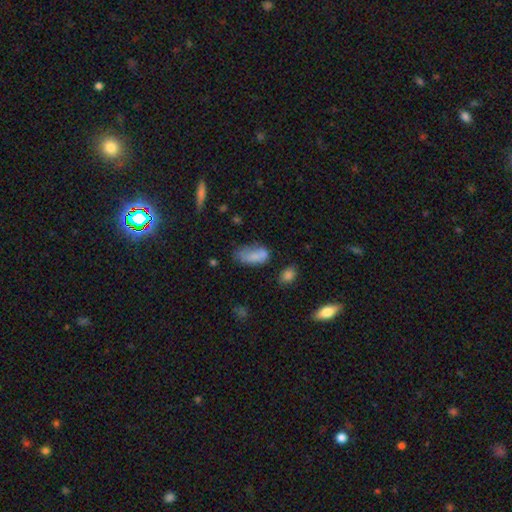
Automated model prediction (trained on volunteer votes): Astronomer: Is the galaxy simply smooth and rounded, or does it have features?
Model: smooth — 75%.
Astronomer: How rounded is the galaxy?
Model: in between — 89%.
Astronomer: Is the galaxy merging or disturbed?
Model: none — 37% (runner-up: minor disturbance, 32%).